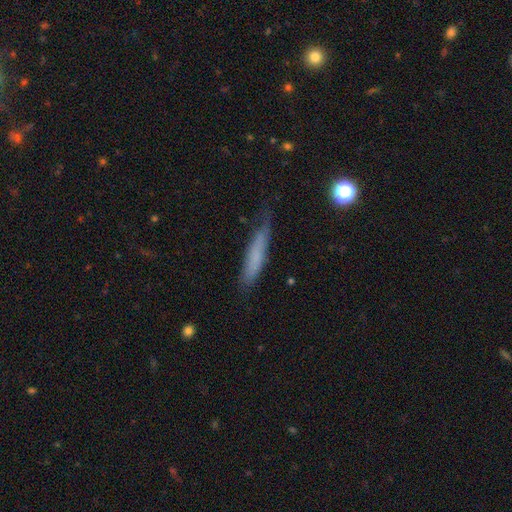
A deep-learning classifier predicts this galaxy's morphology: This appears to be a smooth galaxy with no disk features (66%) that is cigar-shaped (89%). Merging: none (62%).